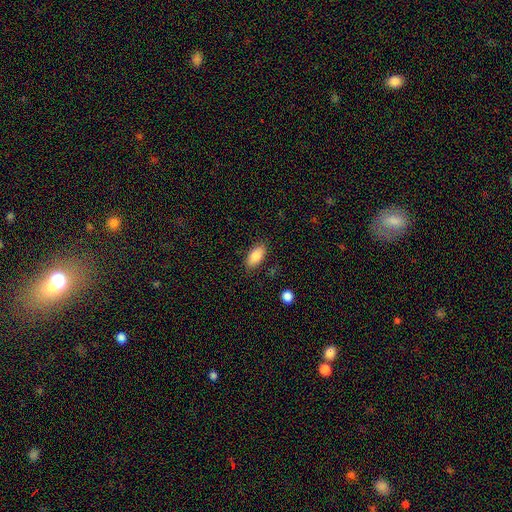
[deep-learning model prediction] A smooth galaxy with no disk features (85%) that is in between round and cigar-shaped (90%). Merging: none (84%).